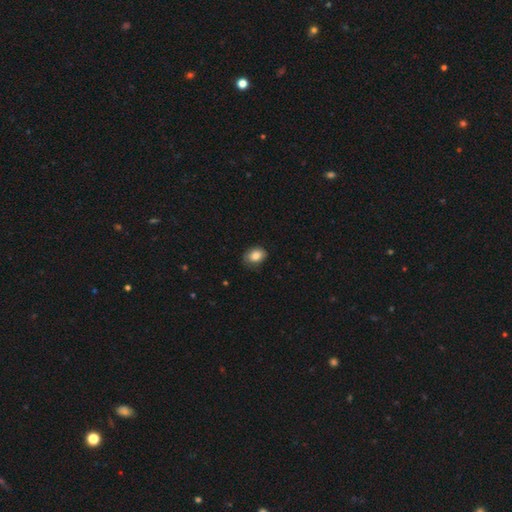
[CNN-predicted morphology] This appears to be a smooth galaxy with no disk features (83%) that is in between round and cigar-shaped (76%). Merging: none (75%).